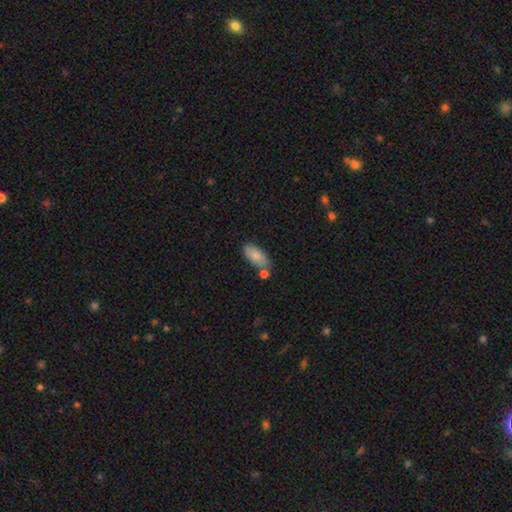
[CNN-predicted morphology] Smooth or featured? Predicted: smooth (p=0.82). How rounded? Predicted: in between (p=0.86). Merging? Predicted: none (p=0.66).